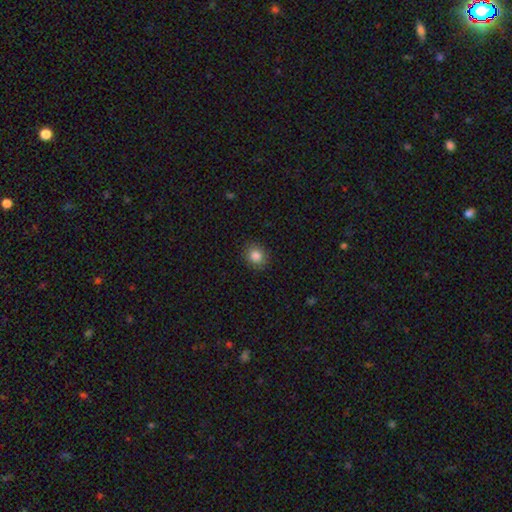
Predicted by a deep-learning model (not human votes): Smooth or featured?
  - smooth: 85% *
  - star or artifact: 10%
  - featured or disk: 5%
How rounded?
  - round: 77% *
  - in between: 22%
  - cigar-shaped: 1%
Merging?
  - none: 89% *
  - minor disturbance: 8%
  - major disturbance: 2%
  - merger: 1%